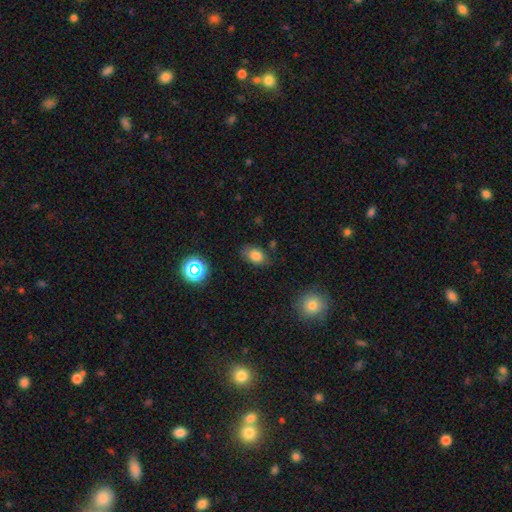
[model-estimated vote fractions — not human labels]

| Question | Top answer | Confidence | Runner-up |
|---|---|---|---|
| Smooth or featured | smooth | 79% | star or artifact (13%) |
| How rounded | in between | 80% | round (18%) |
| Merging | none | 75% | minor disturbance (18%) |